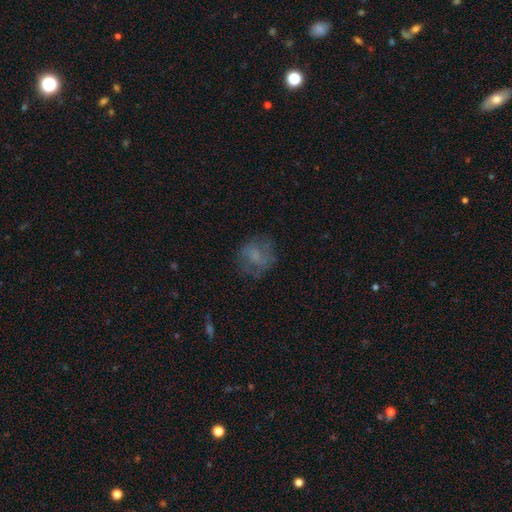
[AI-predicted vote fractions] smooth 56%, featured or disk 32%, star or artifact 12%. Down the decision tree: how rounded — round (71%); merging — none (66%).